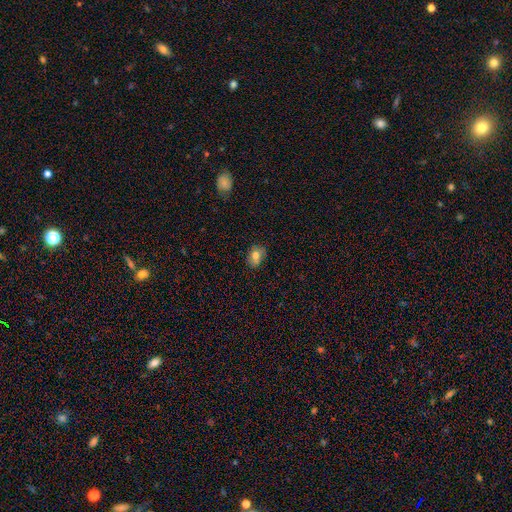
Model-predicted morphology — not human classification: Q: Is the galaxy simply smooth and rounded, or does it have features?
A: smooth — 76%.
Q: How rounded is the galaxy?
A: in between — 67%.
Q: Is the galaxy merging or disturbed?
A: none — 74%.